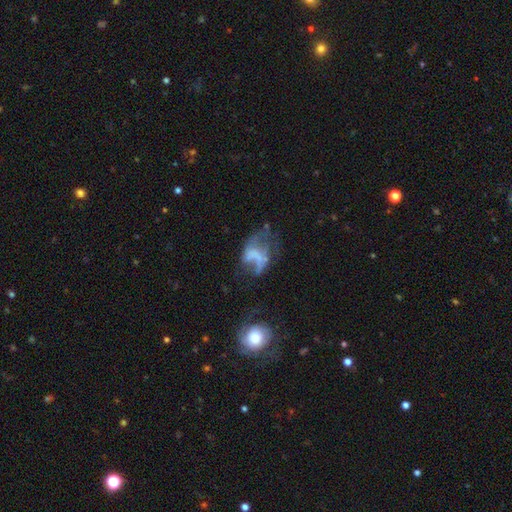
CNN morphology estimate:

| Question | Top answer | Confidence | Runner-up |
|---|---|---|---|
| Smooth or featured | featured or disk | 58% | smooth (28%) |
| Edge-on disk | no | 97% | yes (3%) |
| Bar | no | 70% | weak (22%) |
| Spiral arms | no | 58% | yes (42%) |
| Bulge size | none | 71% | small (13%) |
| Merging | major disturbance | 48% | none (24%) |